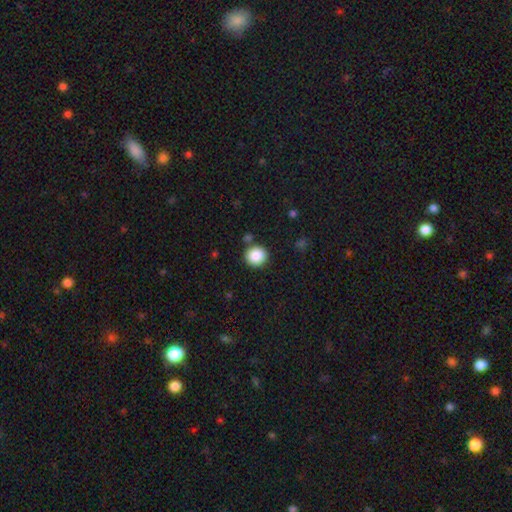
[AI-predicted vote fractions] Smooth or featured?
  - smooth: 87% *
  - star or artifact: 9%
  - featured or disk: 5%
How rounded?
  - round: 91% *
  - in between: 8%
  - cigar-shaped: 1%
Merging?
  - none: 85% *
  - minor disturbance: 7%
  - merger: 5%
  - major disturbance: 2%